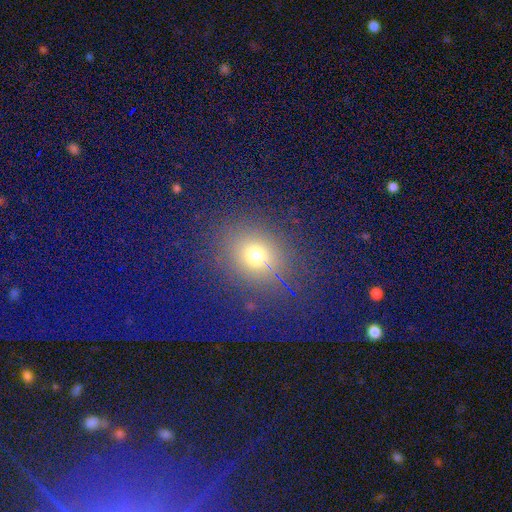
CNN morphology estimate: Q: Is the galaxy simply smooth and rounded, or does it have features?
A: smooth — 67%.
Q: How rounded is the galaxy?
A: round — 66%.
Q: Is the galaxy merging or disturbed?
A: none — 81%.